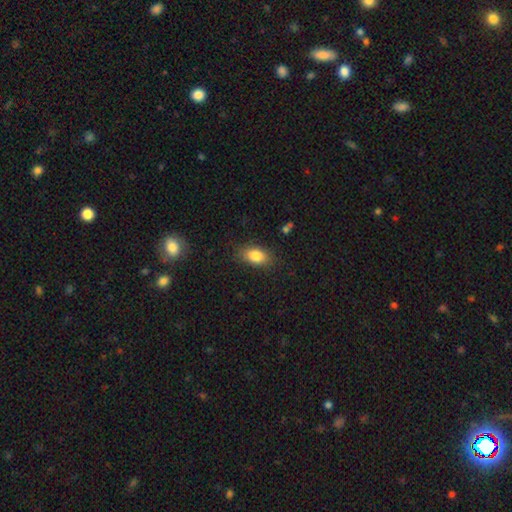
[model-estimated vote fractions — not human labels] The model was most divided on "merging": none: 82%, minor disturbance: 13%, major disturbance: 3%, merger: 1%. More confident: how rounded — in between (86%); smooth or featured — smooth (83%).